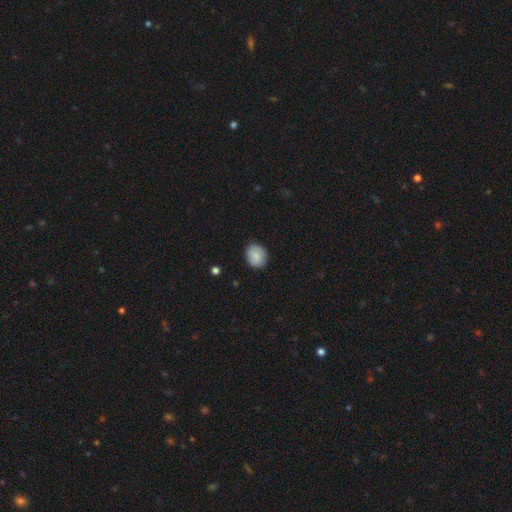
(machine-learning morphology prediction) This appears to be a smooth galaxy with no disk features (86%) that is round (63%). Merging: none (86%).